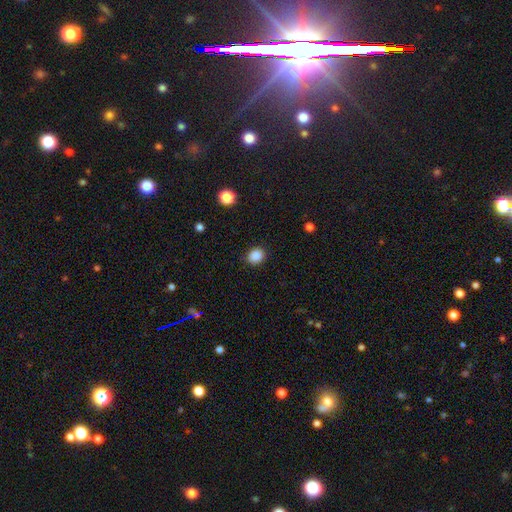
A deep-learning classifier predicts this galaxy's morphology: smooth_or_featured: smooth (p=0.88) [alt: star or artifact p=0.10]
how_rounded: round (p=0.65) [alt: in between p=0.34]
merging: none (p=0.89) [alt: minor disturbance p=0.08]